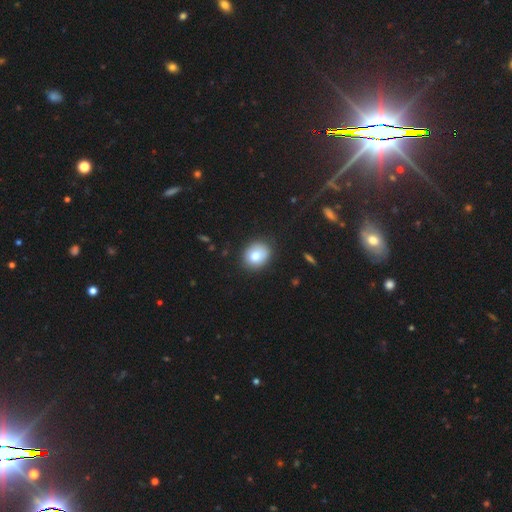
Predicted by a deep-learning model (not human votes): smooth-or-featured: smooth: 79% | featured or disk: 12% | star or artifact: 9%
  how-rounded: round: 64% | in between: 36% | cigar-shaped: 1%
  merging: none: 85% | minor disturbance: 11% | major disturbance: 3% | merger: 1%